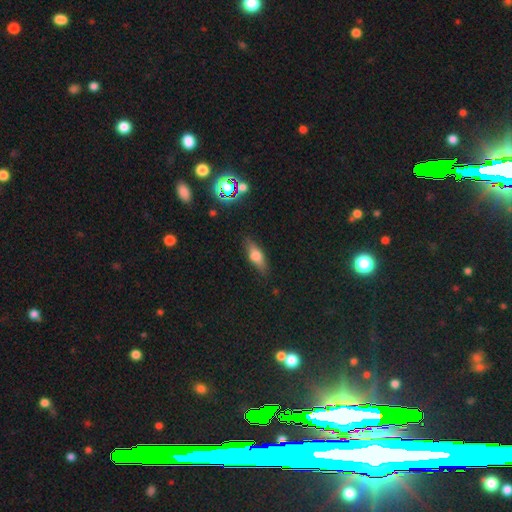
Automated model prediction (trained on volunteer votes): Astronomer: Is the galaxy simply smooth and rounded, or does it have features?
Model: smooth — 57% (runner-up: featured or disk, 32%).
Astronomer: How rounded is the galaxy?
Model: in between — 56% (runner-up: cigar-shaped, 39%).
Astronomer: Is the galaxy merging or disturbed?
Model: none — 83%.